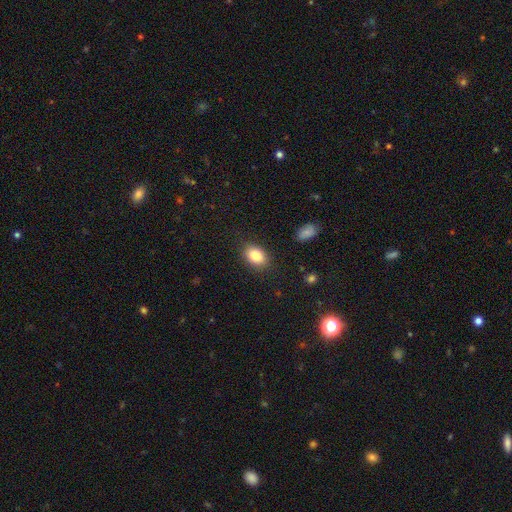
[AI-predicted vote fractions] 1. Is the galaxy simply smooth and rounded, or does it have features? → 84% smooth, 8% star or artifact, 8% featured or disk.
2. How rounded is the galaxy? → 81% in between, 17% round, 1% cigar-shaped.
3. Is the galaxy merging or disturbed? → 86% none, 10% minor disturbance, 3% major disturbance, 1% merger.